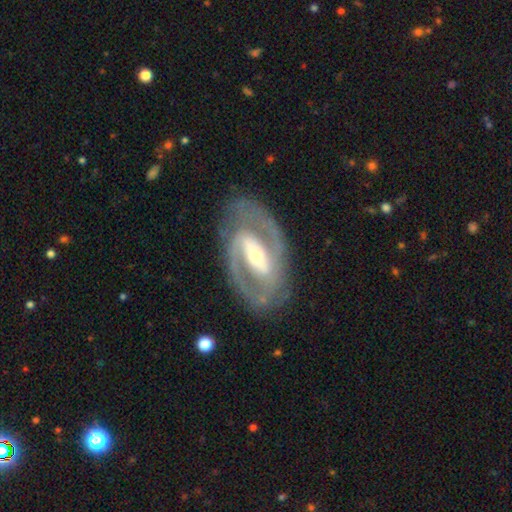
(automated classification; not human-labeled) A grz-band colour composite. It shows a featured or disk galaxy (89%) with a strong bar (57%), 2 (89%) medium (50%) spiral arms (93%) and a moderate central bulge (49%). Merging: none (80%).